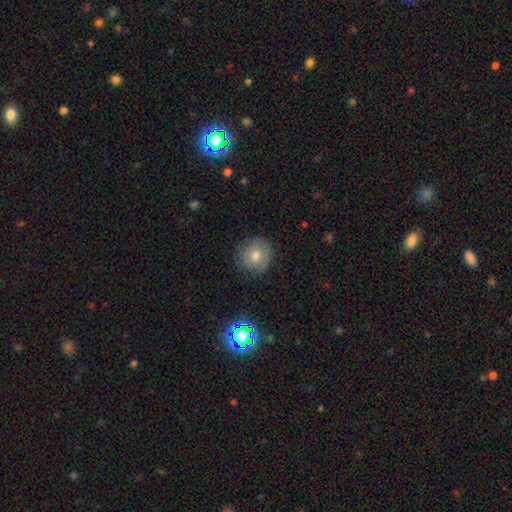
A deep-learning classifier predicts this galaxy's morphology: A smooth galaxy with no disk features (68%) that is round (91%).

Vote fractions:
- Smooth or featured? smooth: 68% / featured or disk: 19% / star or artifact: 13%
- How rounded? round: 91% / in between: 8% / cigar-shaped: 1%
- Merging? none: 81% / minor disturbance: 14% / major disturbance: 4% / merger: 1%